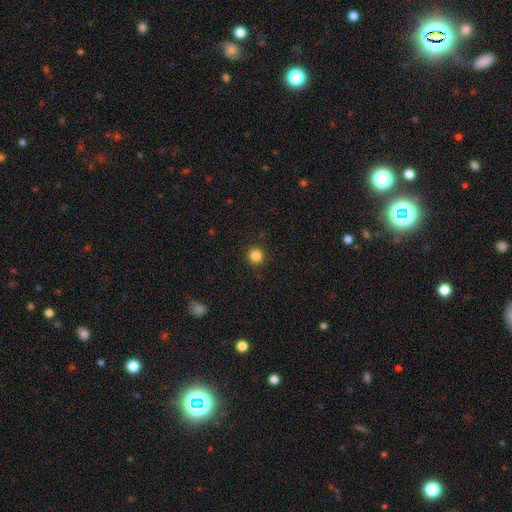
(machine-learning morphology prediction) smooth-or-featured: smooth: 85% | star or artifact: 12% | featured or disk: 4%
  how-rounded: round: 94% | in between: 5% | cigar-shaped: 1%
  merging: none: 92% | minor disturbance: 5% | major disturbance: 2% | merger: 1%